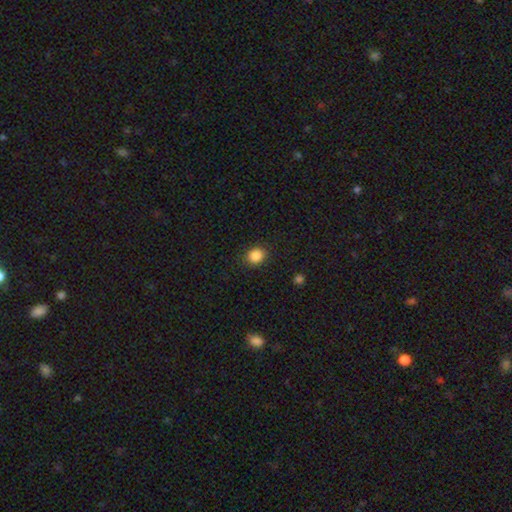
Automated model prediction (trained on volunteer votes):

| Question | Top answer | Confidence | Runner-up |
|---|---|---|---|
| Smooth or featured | smooth | 86% | star or artifact (11%) |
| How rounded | round | 76% | in between (23%) |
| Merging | none | 88% | minor disturbance (8%) |